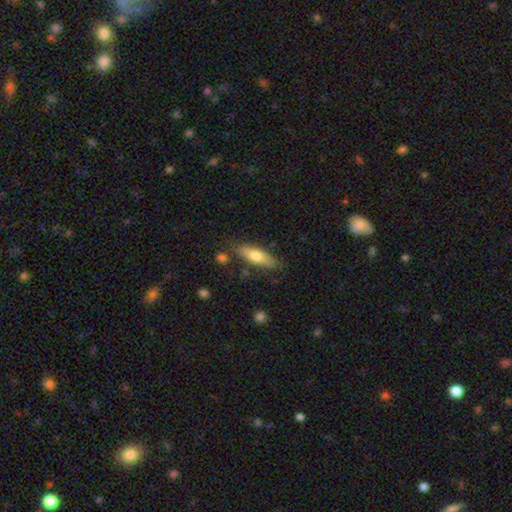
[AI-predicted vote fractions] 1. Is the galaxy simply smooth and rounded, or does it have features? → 68% smooth, 26% featured or disk, 6% star or artifact.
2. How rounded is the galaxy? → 50% cigar-shaped, 48% in between, 2% round.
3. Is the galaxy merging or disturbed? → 78% none, 15% minor disturbance, 4% merger, 3% major disturbance.